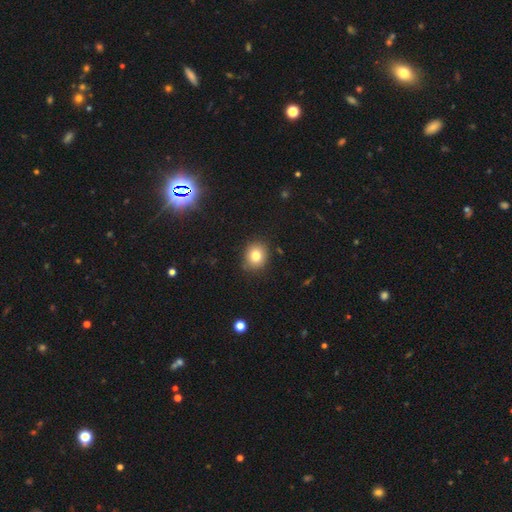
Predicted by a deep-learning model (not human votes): smooth 80%, star or artifact 11%, featured or disk 9%. Down the decision tree: how rounded — round (72%); merging — none (87%).